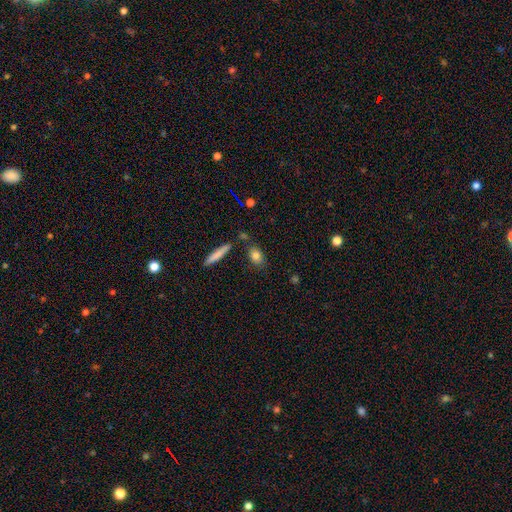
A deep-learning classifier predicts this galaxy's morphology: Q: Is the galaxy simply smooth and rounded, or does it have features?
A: smooth — 81%.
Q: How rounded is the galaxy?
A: in between — 71%.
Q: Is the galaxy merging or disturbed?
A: none — 76%.